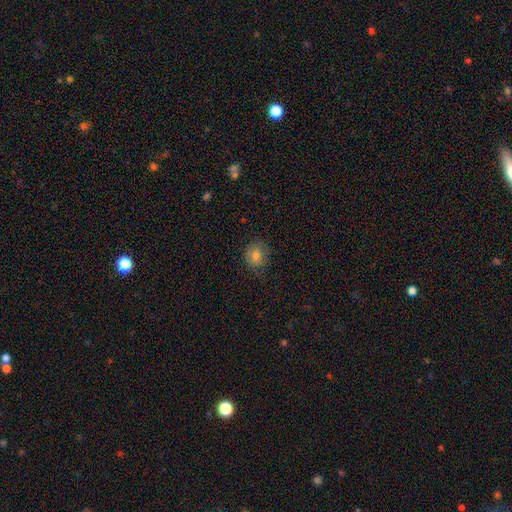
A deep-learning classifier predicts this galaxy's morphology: Q: Smooth or featured?
A: smooth (74%); runner-up: featured or disk (14%)
Q: How rounded?
A: round (78%); runner-up: in between (21%)
Q: Merging?
A: none (81%); runner-up: minor disturbance (15%)